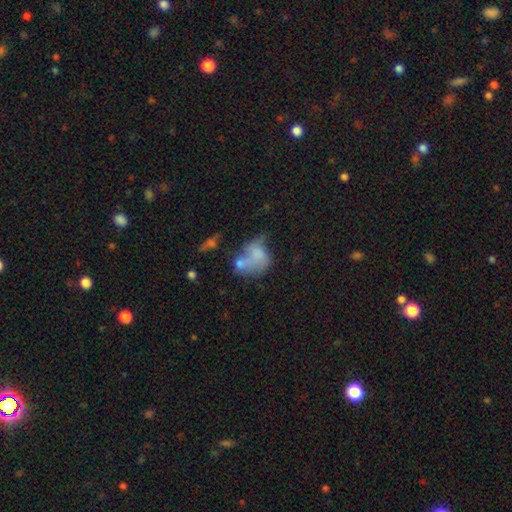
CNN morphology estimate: Smooth or featured? Predicted: smooth (p=0.58). How rounded? Predicted: in between (p=0.66). Merging? Predicted: merger (p=0.37).